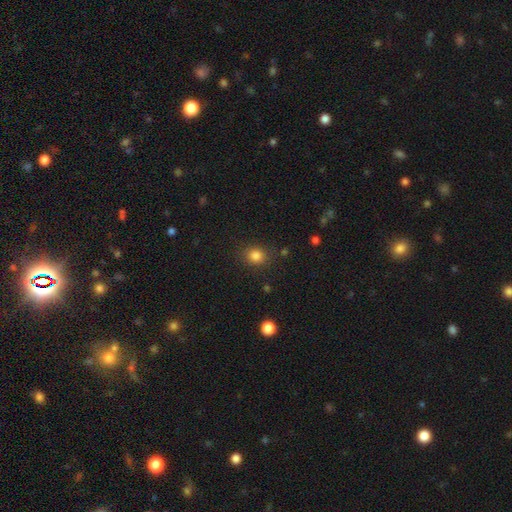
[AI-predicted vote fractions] Smooth or featured?
  - smooth: 83% *
  - star or artifact: 12%
  - featured or disk: 5%
How rounded?
  - round: 72% *
  - in between: 27%
  - cigar-shaped: 1%
Merging?
  - none: 84% *
  - minor disturbance: 10%
  - major disturbance: 4%
  - merger: 2%